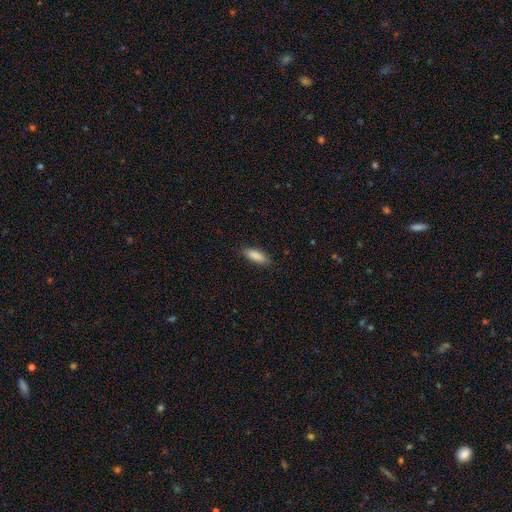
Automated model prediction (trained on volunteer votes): This is clearly a smooth galaxy (88%). How rounded: likely in between (66%). Merging: clearly none (85%).